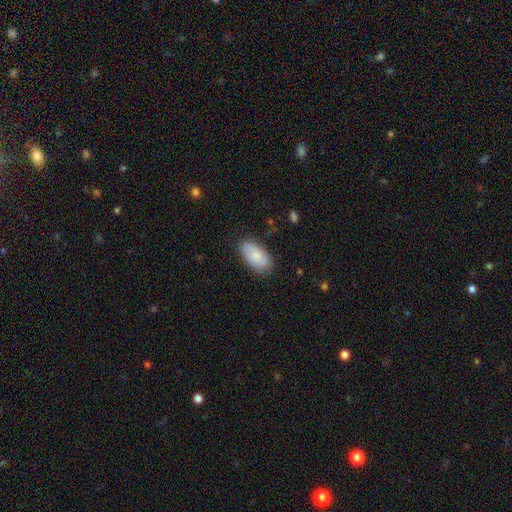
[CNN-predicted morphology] A smooth galaxy with no disk features (78%) that is in between round and cigar-shaped (94%). Merging: none (79%).